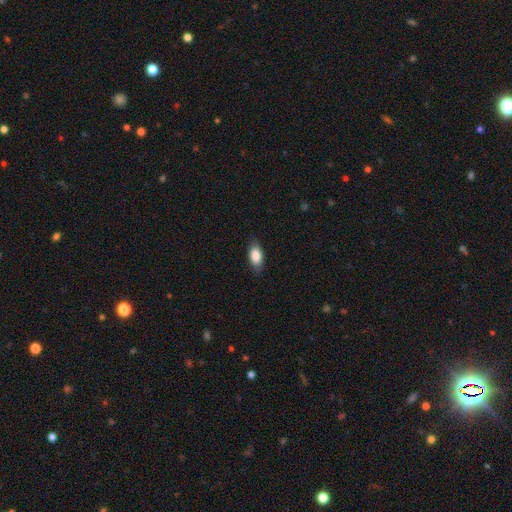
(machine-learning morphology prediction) This is clearly a smooth galaxy (84%). How rounded: clearly in between (89%). Merging: clearly none (82%).